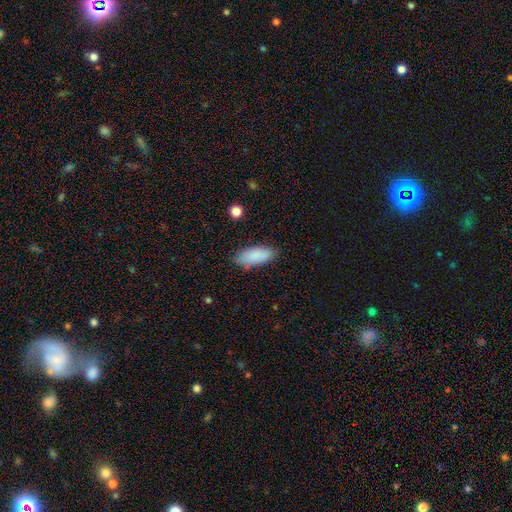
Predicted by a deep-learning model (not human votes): smooth-or-featured: smooth: 87% | star or artifact: 6% | featured or disk: 6%
  how-rounded: in between: 87% | cigar-shaped: 11% | round: 2%
  merging: none: 79% | minor disturbance: 16% | major disturbance: 3% | merger: 2%